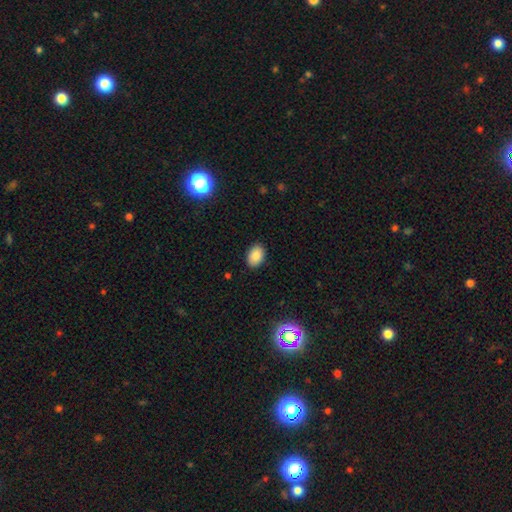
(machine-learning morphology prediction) type=smooth (86%); roundness=in between (85%); merging=none (88%).